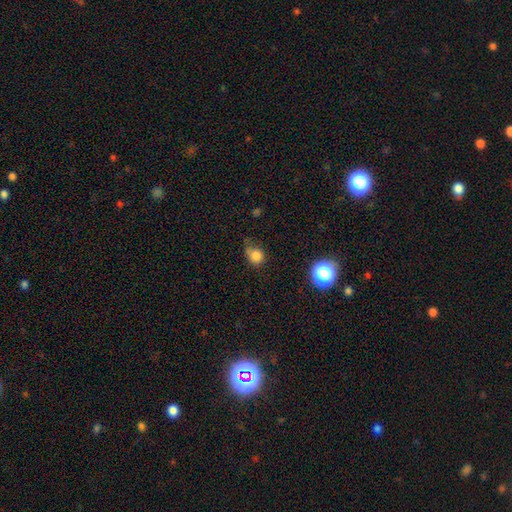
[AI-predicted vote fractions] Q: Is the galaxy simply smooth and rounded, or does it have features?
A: smooth — 81%.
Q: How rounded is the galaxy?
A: round — 78%.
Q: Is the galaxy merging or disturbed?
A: none — 51%.